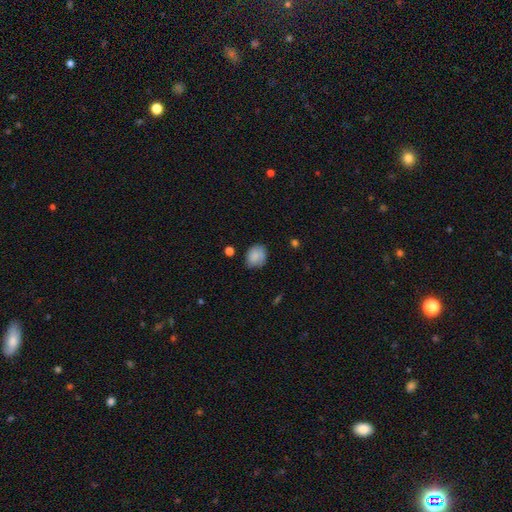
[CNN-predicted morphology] The model was most divided on "how rounded": round: 56%, in between: 43%, cigar-shaped: 1%. More confident: smooth or featured — smooth (82%); merging — none (69%).